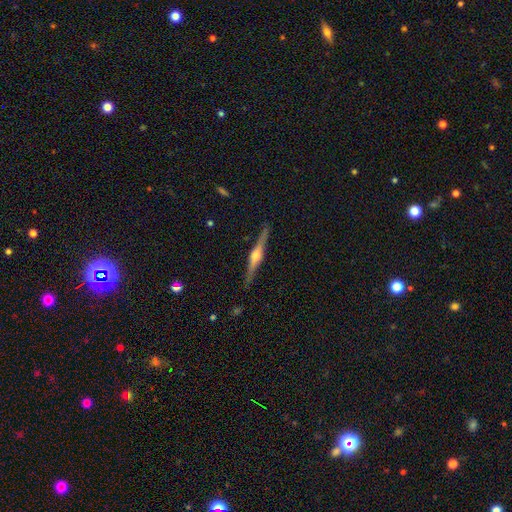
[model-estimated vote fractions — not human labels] Q: Smooth or featured?
A: featured or disk (81%); runner-up: smooth (14%)
Q: Edge-on disk?
A: yes (98%); runner-up: no (2%)
Q: Edge-on bulge?
A: rounded (92%); runner-up: boxy (6%)
Q: Merging?
A: none (90%); runner-up: minor disturbance (7%)